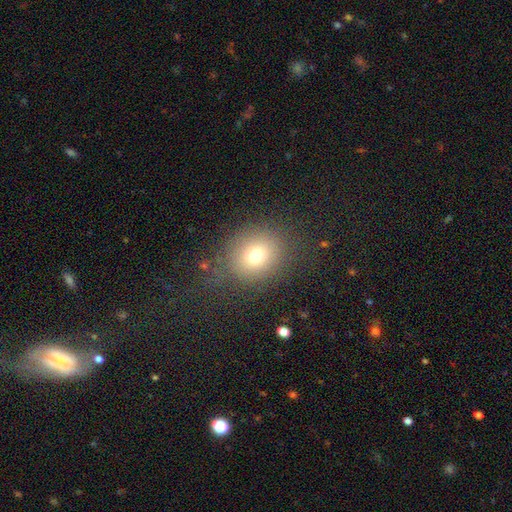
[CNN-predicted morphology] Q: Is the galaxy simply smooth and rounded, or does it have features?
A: smooth — 74%.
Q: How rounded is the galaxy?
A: round — 70%.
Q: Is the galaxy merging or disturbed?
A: none — 76%.